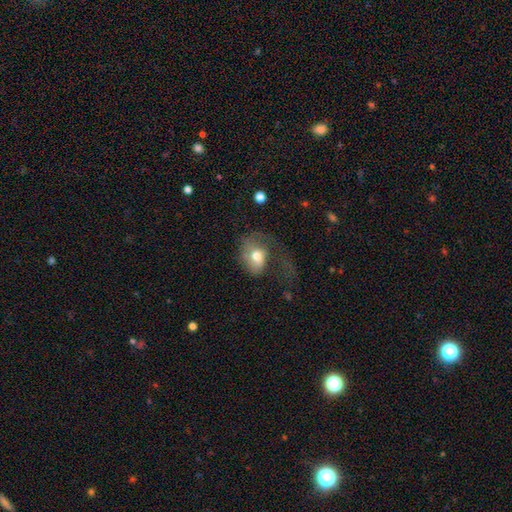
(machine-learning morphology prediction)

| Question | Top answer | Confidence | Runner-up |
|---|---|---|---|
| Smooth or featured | smooth | 55% | featured or disk (37%) |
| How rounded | in between | 62% | round (36%) |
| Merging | major disturbance | 58% | none (22%) |